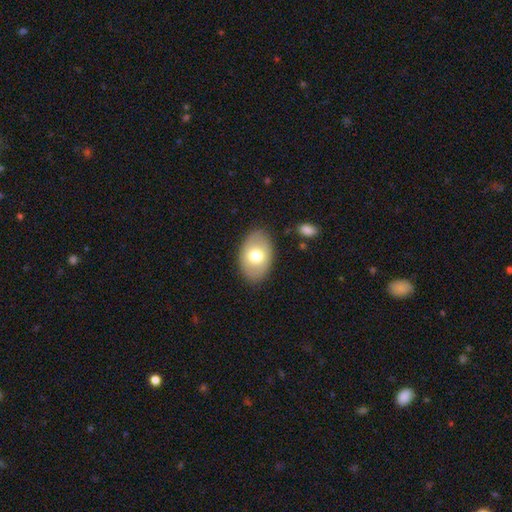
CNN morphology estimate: smooth-or-featured: smooth: 68% | featured or disk: 25% | star or artifact: 6%
  how-rounded: in between: 88% | round: 11% | cigar-shaped: 1%
  merging: none: 84% | minor disturbance: 11% | major disturbance: 3% | merger: 1%